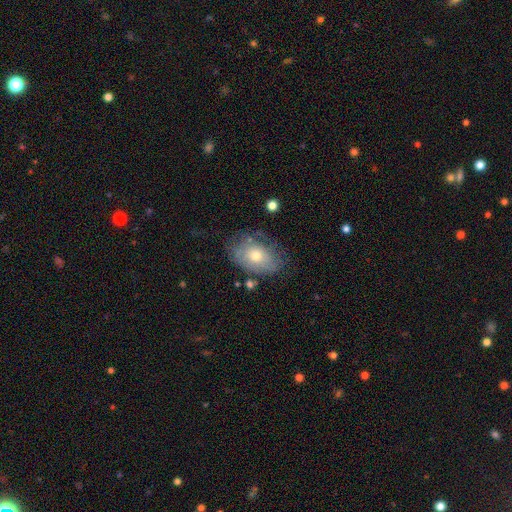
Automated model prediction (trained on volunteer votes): A smooth galaxy with no disk features (49%).

Vote fractions:
- Smooth or featured? smooth: 49% / featured or disk: 42% / star or artifact: 9%
- Merging? none: 61% / minor disturbance: 25% / major disturbance: 11% / merger: 3%